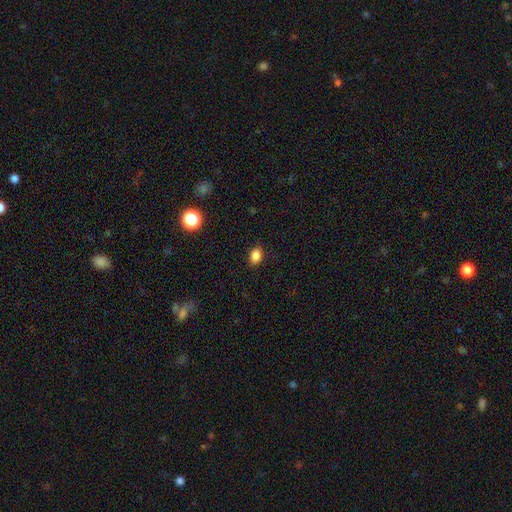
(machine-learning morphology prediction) A smooth galaxy with no disk features (85%) that is in between round and cigar-shaped (73%). Merging: none (86%).